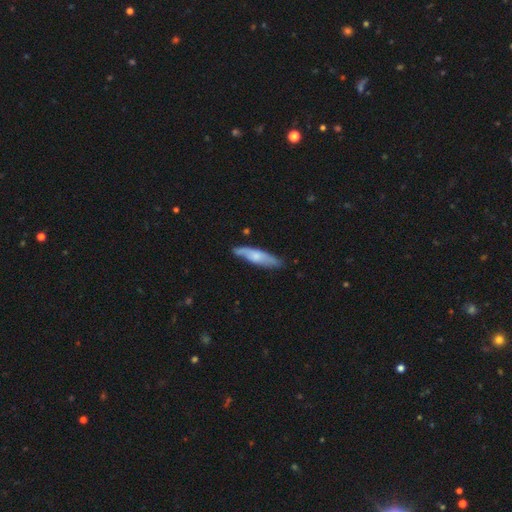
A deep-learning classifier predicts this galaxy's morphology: Smooth or featured? Predicted: smooth (p=0.54). How rounded? Predicted: cigar-shaped (p=0.73). Merging? Predicted: none (p=0.73).